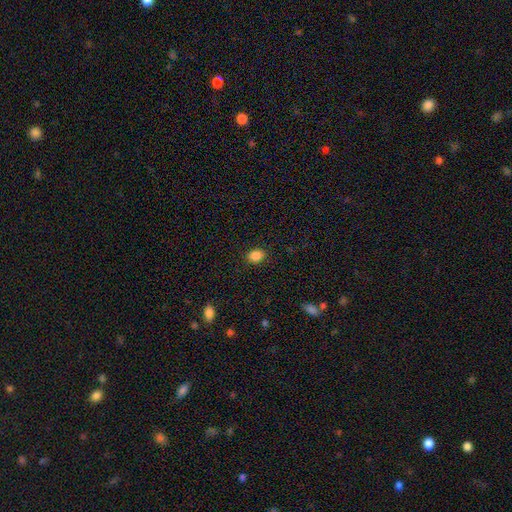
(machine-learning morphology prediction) Smooth or featured? Predicted: smooth (p=0.86). How rounded? Predicted: in between (p=0.51). Merging? Predicted: none (p=0.88).